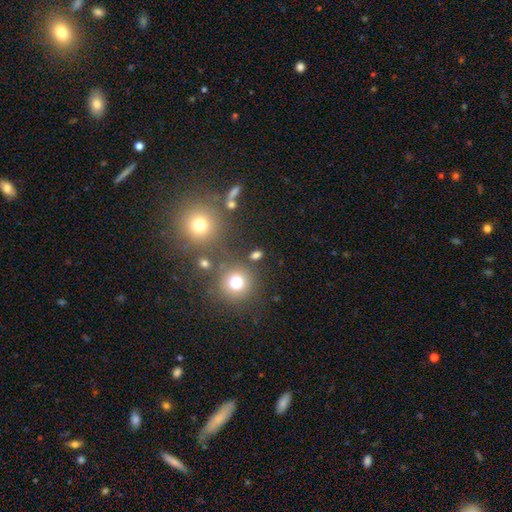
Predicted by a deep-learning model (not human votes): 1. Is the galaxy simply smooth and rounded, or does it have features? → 65% smooth, 27% star or artifact, 8% featured or disk.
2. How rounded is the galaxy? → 86% round, 13% in between, 2% cigar-shaped.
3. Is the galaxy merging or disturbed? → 79% none, 9% merger, 8% minor disturbance, 4% major disturbance.